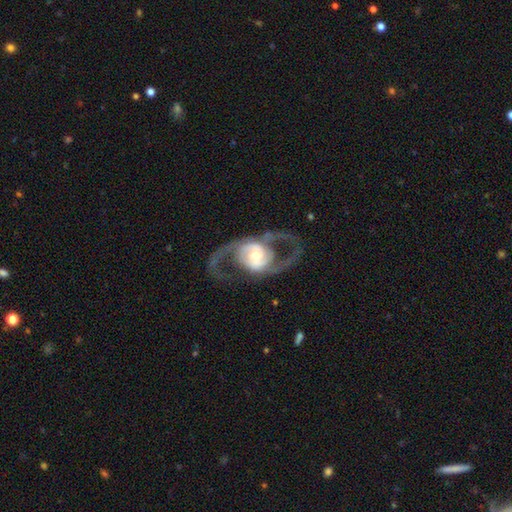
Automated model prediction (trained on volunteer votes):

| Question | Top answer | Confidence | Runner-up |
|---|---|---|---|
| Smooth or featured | featured or disk | 84% | smooth (12%) |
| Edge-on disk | no | 95% | yes (5%) |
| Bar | no | 54% | weak (28%) |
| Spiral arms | yes | 80% | no (20%) |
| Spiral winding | medium | 51% | loose (35%) |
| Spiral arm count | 2 | 90% | can't tell (5%) |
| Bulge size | moderate | 62% | large (18%) |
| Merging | none | 70% | major disturbance (17%) |